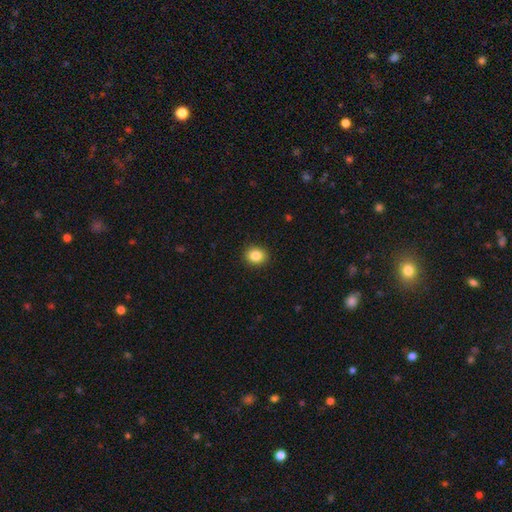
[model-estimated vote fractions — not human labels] Smooth or featured?
  - smooth: 85% *
  - star or artifact: 10%
  - featured or disk: 5%
How rounded?
  - round: 68% *
  - in between: 31%
  - cigar-shaped: 1%
Merging?
  - none: 91% *
  - minor disturbance: 6%
  - major disturbance: 2%
  - merger: 1%